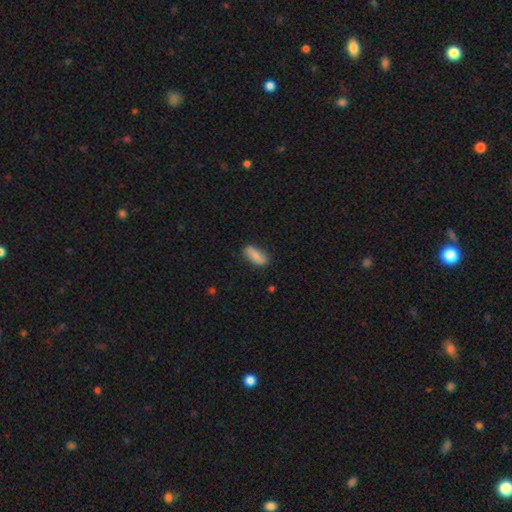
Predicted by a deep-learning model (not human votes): A smooth galaxy with no disk features (80%) that is in between round and cigar-shaped (81%).

Vote fractions:
- Smooth or featured? smooth: 80% / featured or disk: 14% / star or artifact: 7%
- How rounded? in between: 81% / cigar-shaped: 16% / round: 3%
- Merging? none: 81% / minor disturbance: 15% / major disturbance: 3% / merger: 1%